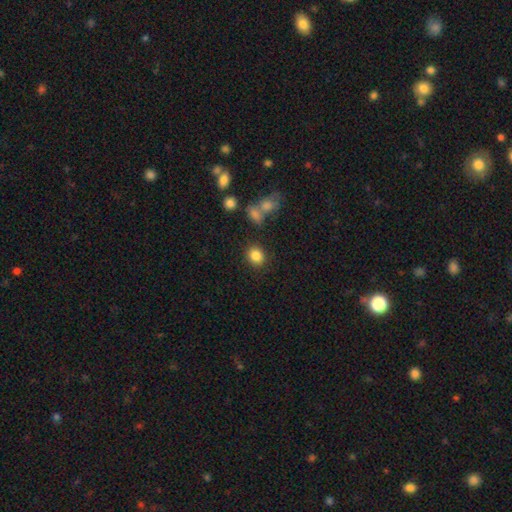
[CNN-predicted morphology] A smooth galaxy with no disk features (85%) that is round (69%). Merging: none (82%).